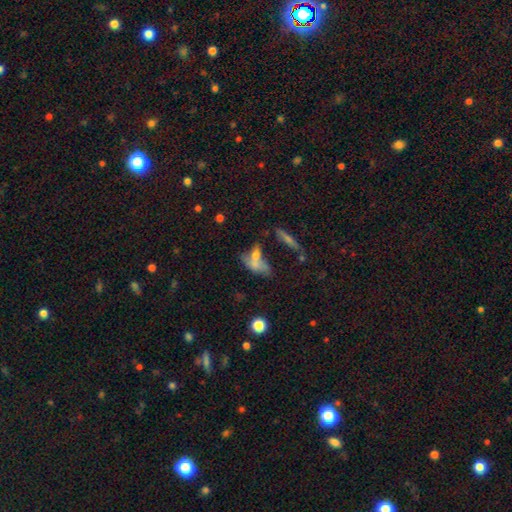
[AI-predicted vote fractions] Smooth or featured?
  - smooth: 58% *
  - featured or disk: 29%
  - star or artifact: 13%
How rounded?
  - in between: 71% *
  - cigar-shaped: 20%
  - round: 9%
Merging?
  - merger: 43% *
  - none: 31%
  - minor disturbance: 14%
  - major disturbance: 12%